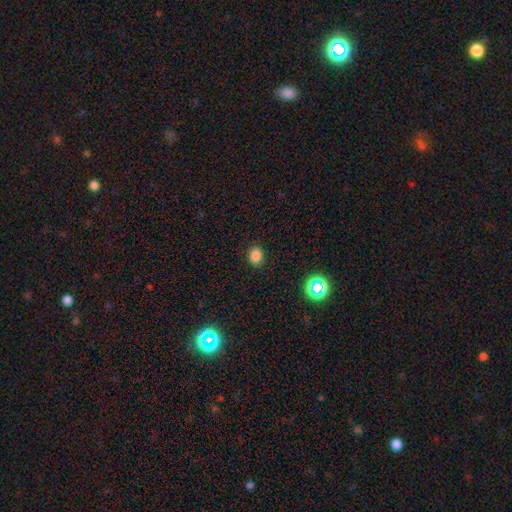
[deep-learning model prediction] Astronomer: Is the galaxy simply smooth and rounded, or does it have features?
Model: smooth — 82%.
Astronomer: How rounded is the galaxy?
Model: round — 62%.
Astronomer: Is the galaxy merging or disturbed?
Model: none — 89%.